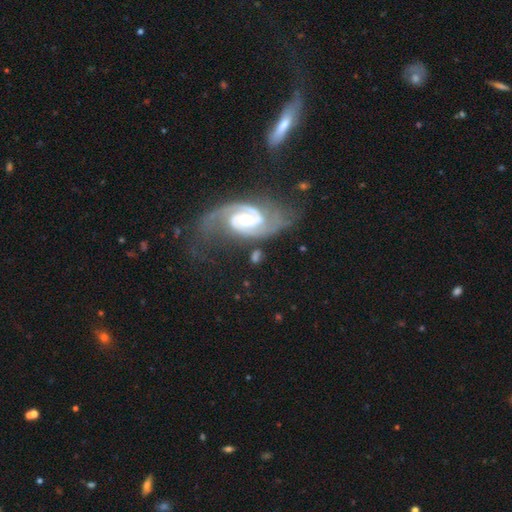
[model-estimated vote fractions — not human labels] Smooth or featured? Predicted: featured or disk (p=0.89). Edge-on disk? Predicted: no (p=0.97). Bar? Predicted: no (p=0.52). Spiral arms? Predicted: yes (p=0.97). Spiral winding? Predicted: medium (p=0.48). Spiral arm count? Predicted: 2 (p=0.88). Bulge size? Predicted: moderate (p=0.56). Merging? Predicted: none (p=0.57).